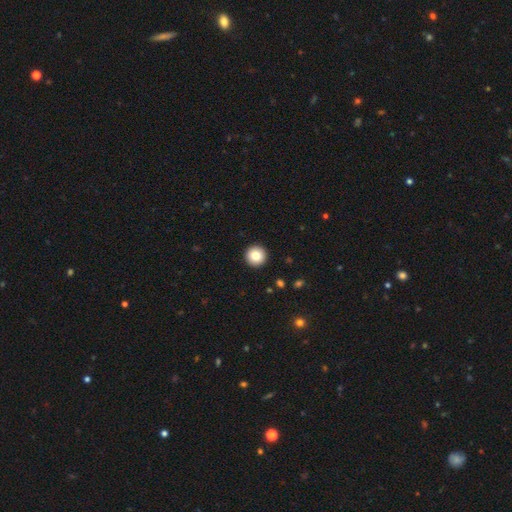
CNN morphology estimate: Smooth or featured: smooth — 82% (star or artifact — 9%)
How rounded: round — 96% (in between — 3%)
Merging: none — 94% (minor disturbance — 4%)